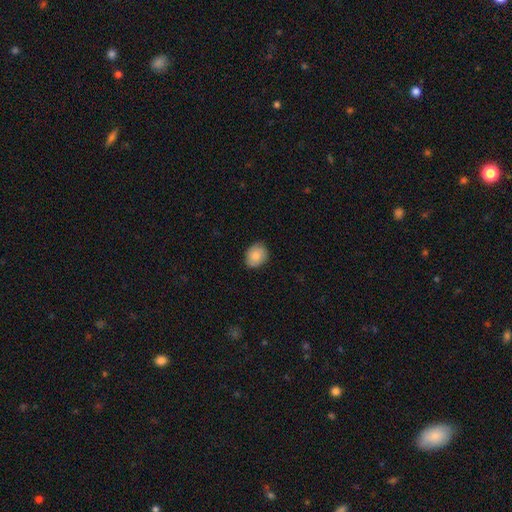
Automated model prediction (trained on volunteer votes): A smooth galaxy with no disk features (83%) that is in between round and cigar-shaped (51%). Merging: none (84%).